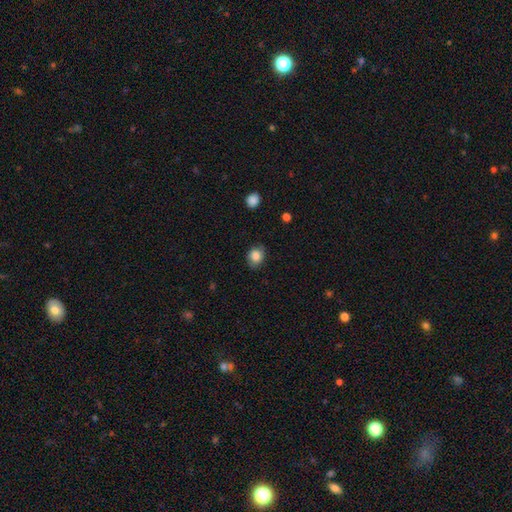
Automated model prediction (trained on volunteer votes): A smooth galaxy with no disk features (84%) that is round (63%). Merging: none (77%).